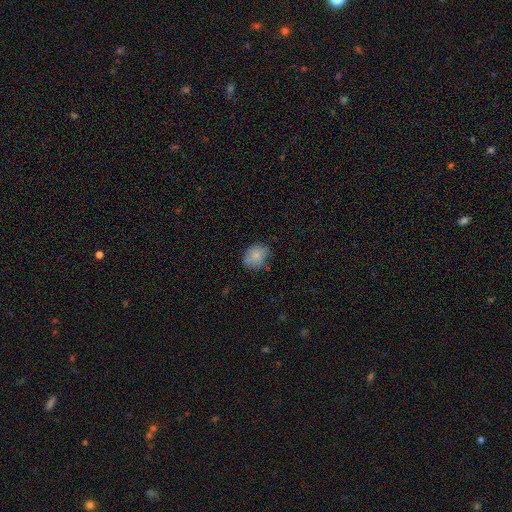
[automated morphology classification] Smooth or featured? Predicted: smooth (p=0.82). How rounded? Predicted: in between (p=0.60). Merging? Predicted: none (p=0.70).